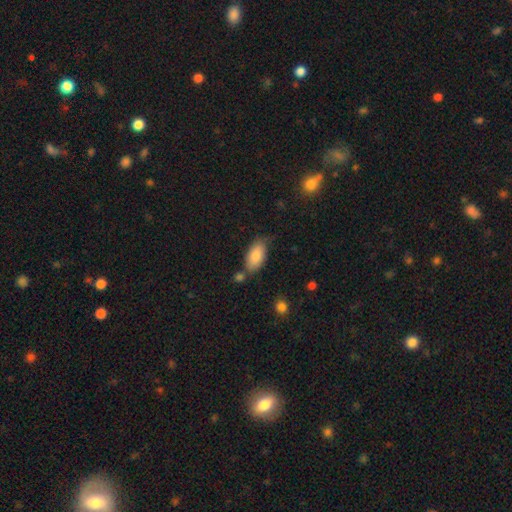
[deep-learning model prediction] This appears to be a smooth galaxy with no disk features (82%) that is in between round and cigar-shaped (92%). Merging: none (66%).